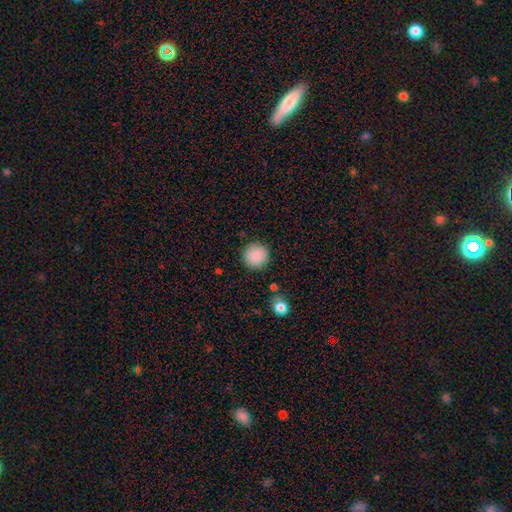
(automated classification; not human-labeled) Overall: smooth (89%). How rounded: round (96%). Merging: none (90%).